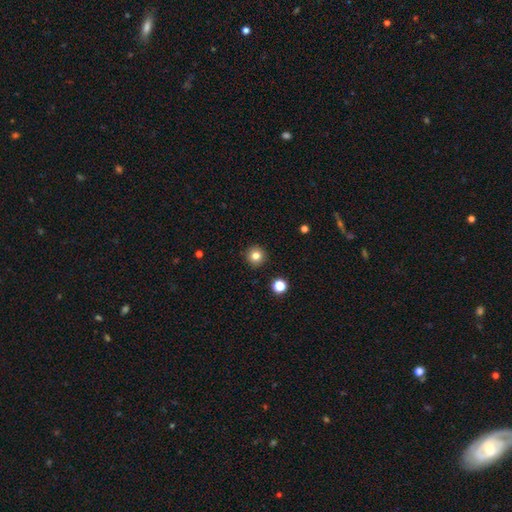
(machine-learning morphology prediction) Smooth or featured: smooth — 81% (star or artifact — 12%)
How rounded: round — 95% (in between — 4%)
Merging: none — 93% (minor disturbance — 5%)